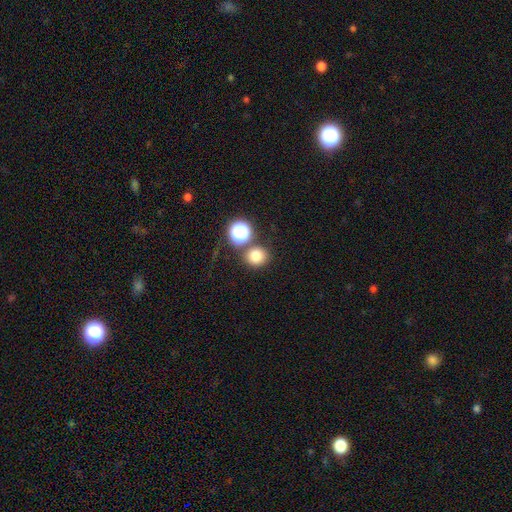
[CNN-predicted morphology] The model was most divided on "merging": none: 74%, merger: 15%, minor disturbance: 8%, major disturbance: 3%. More confident: how rounded — round (82%); smooth or featured — smooth (77%).